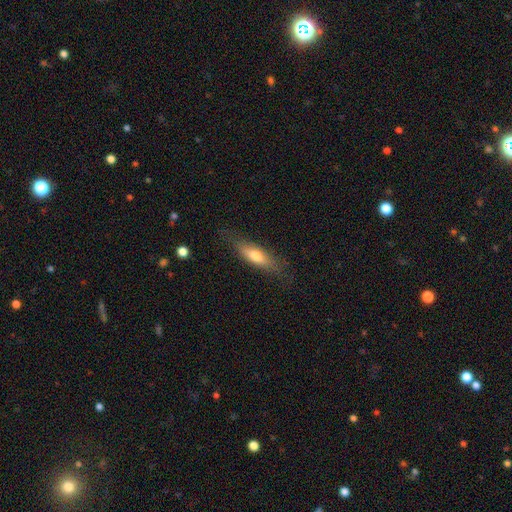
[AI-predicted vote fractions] Smooth or featured?
  - smooth: 65% *
  - featured or disk: 28%
  - star or artifact: 6%
How rounded?
  - cigar-shaped: 50% *
  - in between: 47%
  - round: 3%
Merging?
  - none: 76% *
  - minor disturbance: 17%
  - major disturbance: 5%
  - merger: 1%